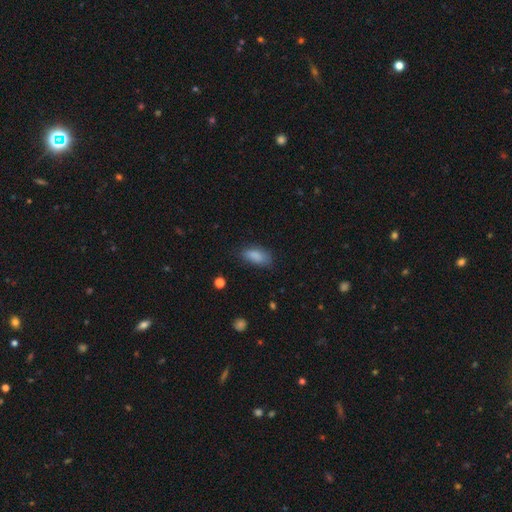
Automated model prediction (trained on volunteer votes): Smooth or featured? Predicted: smooth (p=0.86). How rounded? Predicted: in between (p=0.87). Merging? Predicted: none (p=0.71).